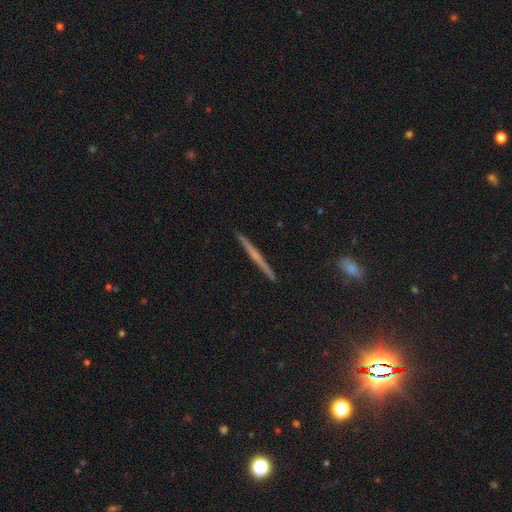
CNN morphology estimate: The model was most divided on "smooth or featured": featured or disk: 63%, smooth: 30%, star or artifact: 7%. More confident: edge-on disk — yes (98%); merging — none (93%); edge-on bulge — none (64%).